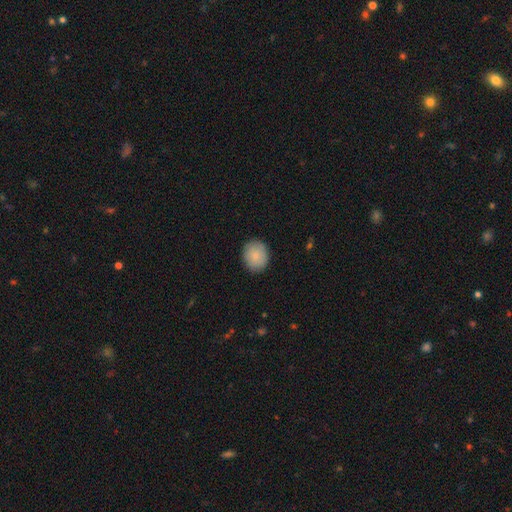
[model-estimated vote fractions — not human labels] smooth-or-featured: smooth: 86% | featured or disk: 7% | star or artifact: 7%
  how-rounded: round: 68% | in between: 31% | cigar-shaped: 1%
  merging: none: 87% | minor disturbance: 10% | major disturbance: 2% | merger: 1%